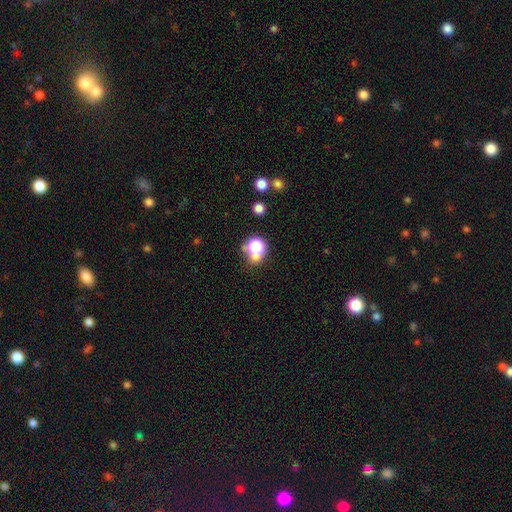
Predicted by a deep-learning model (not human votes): Morphology: type=smooth (62%); roundness=round (74%); merging=none (49%).